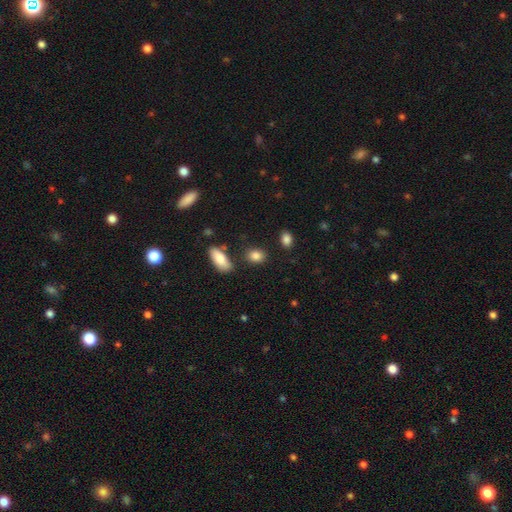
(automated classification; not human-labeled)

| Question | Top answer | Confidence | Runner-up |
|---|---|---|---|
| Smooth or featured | smooth | 86% | star or artifact (8%) |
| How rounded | in between | 65% | round (32%) |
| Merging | none | 80% | minor disturbance (11%) |